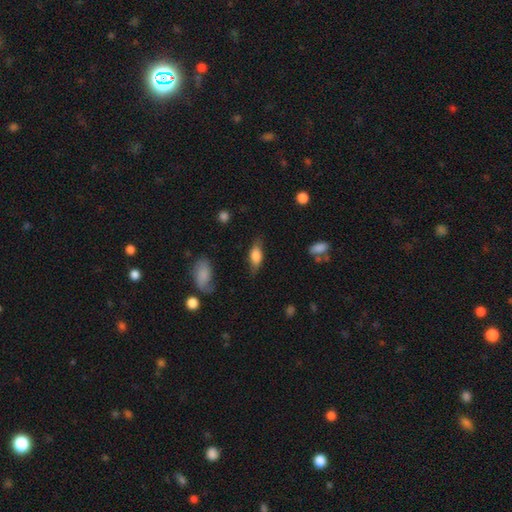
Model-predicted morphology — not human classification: A smooth galaxy with no disk features (66%) that is in between round and cigar-shaped (77%). Merging: none (71%).